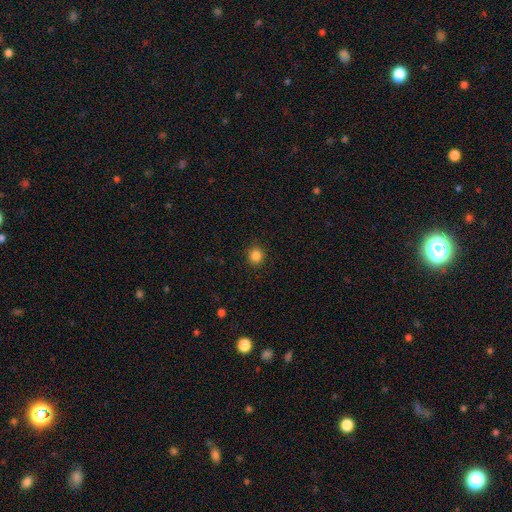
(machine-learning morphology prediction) Smooth or featured: smooth — 85% (star or artifact — 12%)
How rounded: round — 90% (in between — 9%)
Merging: none — 91% (minor disturbance — 6%)